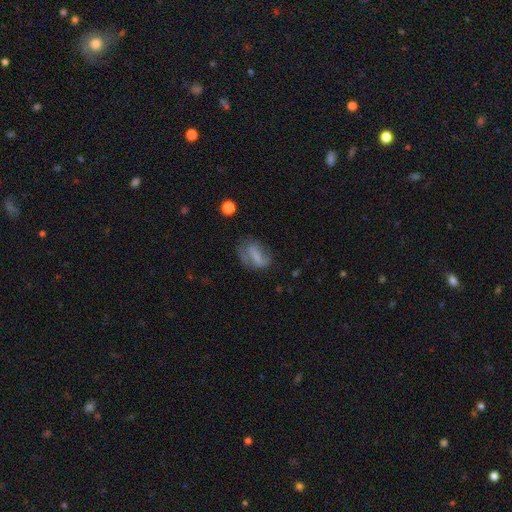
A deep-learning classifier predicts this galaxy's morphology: Smooth or featured: smooth — 54% (featured or disk — 35%)
How rounded: in between — 74% (round — 14%)
Merging: none — 51% (minor disturbance — 26%)